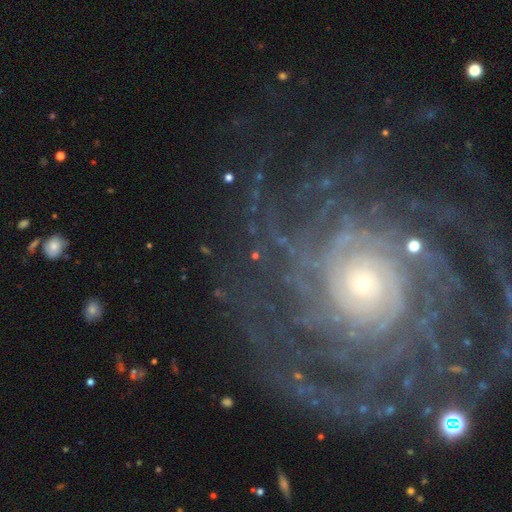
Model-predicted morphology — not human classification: smooth-or-featured: featured or disk: 67% | star or artifact: 23% | smooth: 11%
  disk-edge-on: no: 95% | yes: 5%
    bar: no: 57% | weak: 25% | strong: 18%
    has-spiral-arms: yes: 92% | no: 8%
      spiral-winding: tight: 71% | medium: 22% | loose: 7%
      spiral-arm-count: can't tell: 27% | more than 4: 17% | 3: 15% | 4: 15% | 2: 14% | 1: 11%
    bulge-size: small: 63% | moderate: 24% | none: 6% | large: 5% | dominant: 3%
  merging: none: 74% | minor disturbance: 13% | major disturbance: 10% | merger: 3%